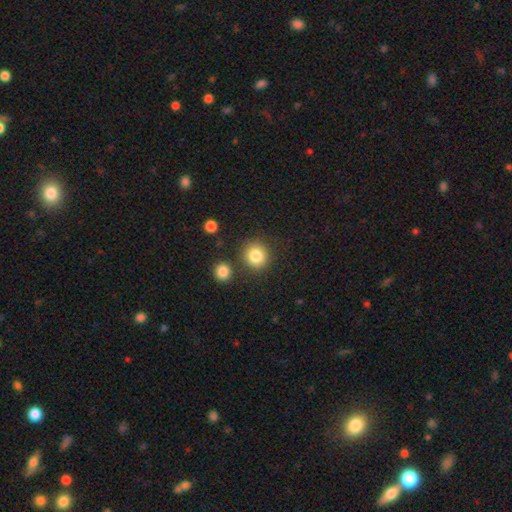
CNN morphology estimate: smooth_or_featured: smooth (p=0.84) [alt: star or artifact p=0.10]
how_rounded: round (p=0.90) [alt: in between p=0.09]
merging: none (p=0.81) [alt: minor disturbance p=0.08]